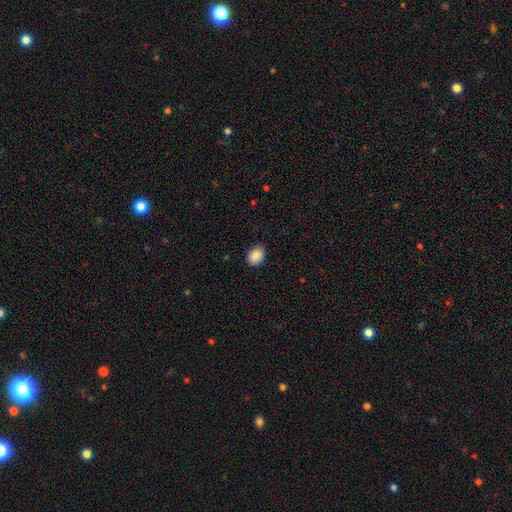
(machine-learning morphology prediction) The model was most divided on "how rounded": in between: 62%, round: 37%, cigar-shaped: 1%. More confident: smooth or featured — smooth (89%); merging — none (87%).